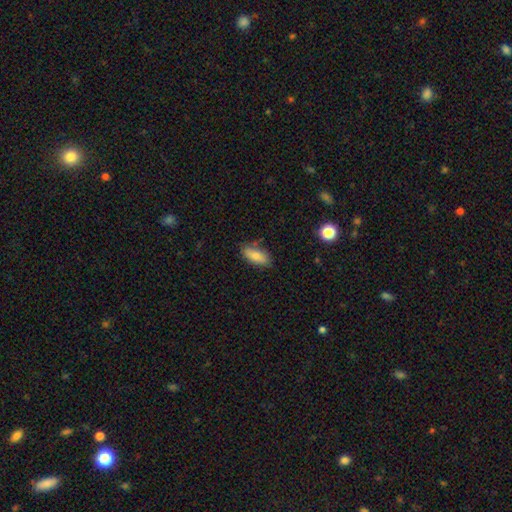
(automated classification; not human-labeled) The model was most divided on "merging": none: 75%, minor disturbance: 18%, major disturbance: 4%, merger: 3%. More confident: how rounded — in between (79%); smooth or featured — smooth (78%).